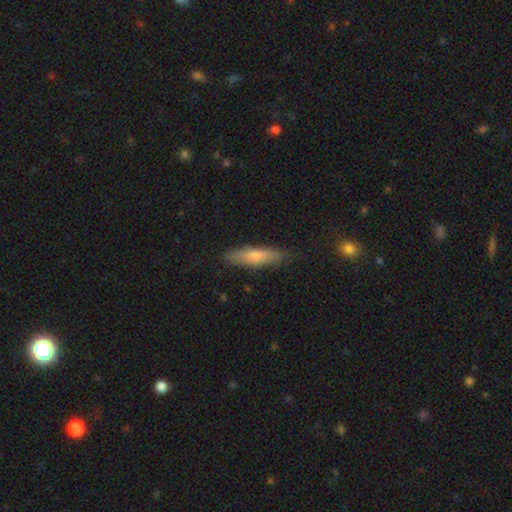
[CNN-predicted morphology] smooth-or-featured: smooth: 69% | featured or disk: 25% | star or artifact: 6%
  how-rounded: cigar-shaped: 77% | in between: 21% | round: 2%
  merging: none: 84% | minor disturbance: 12% | major disturbance: 2% | merger: 1%